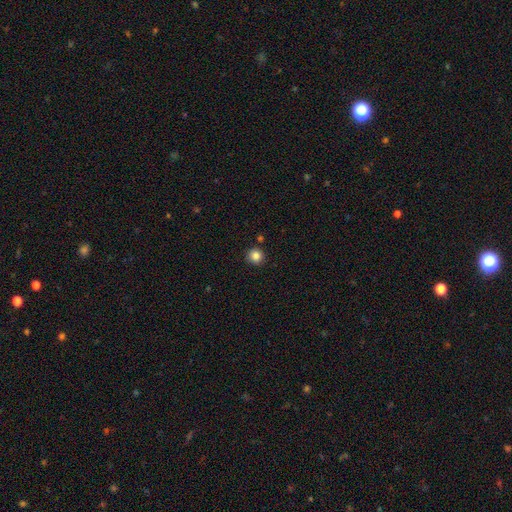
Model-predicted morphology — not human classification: This appears to be a smooth galaxy with no disk features (85%) that is round (94%). Merging: none (89%).